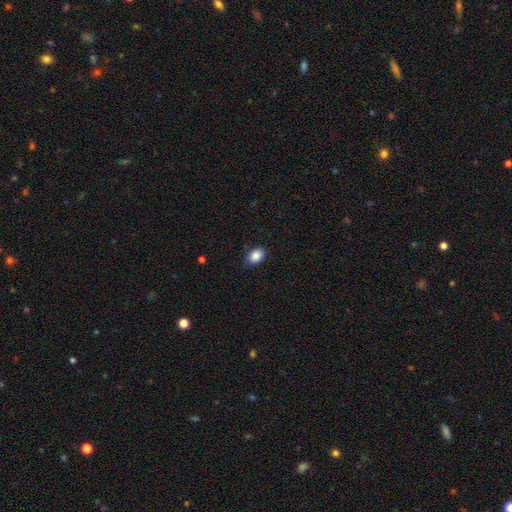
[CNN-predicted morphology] This appears to be a smooth galaxy with no disk features (88%) that is in between round and cigar-shaped (75%). Merging: none (86%).